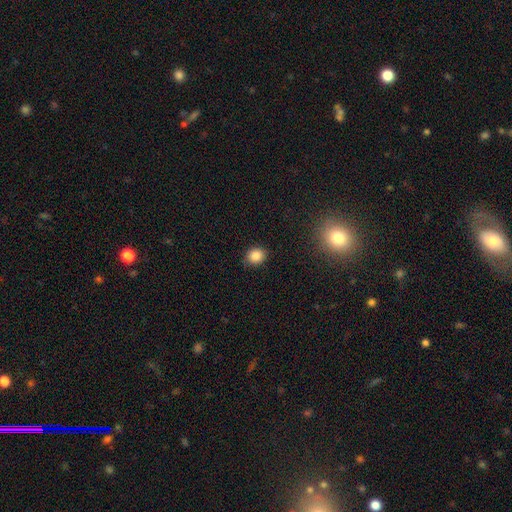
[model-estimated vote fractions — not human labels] A smooth galaxy with no disk features (85%) that is round (68%). Merging: none (83%).